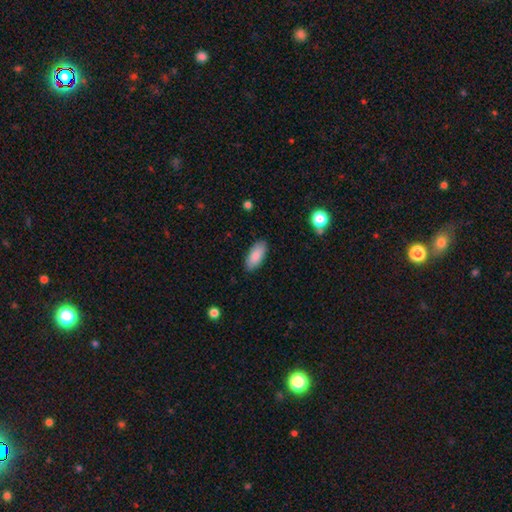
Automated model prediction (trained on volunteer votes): Smooth or featured? Predicted: smooth (p=0.85). How rounded? Predicted: in between (p=0.87). Merging? Predicted: none (p=0.87).